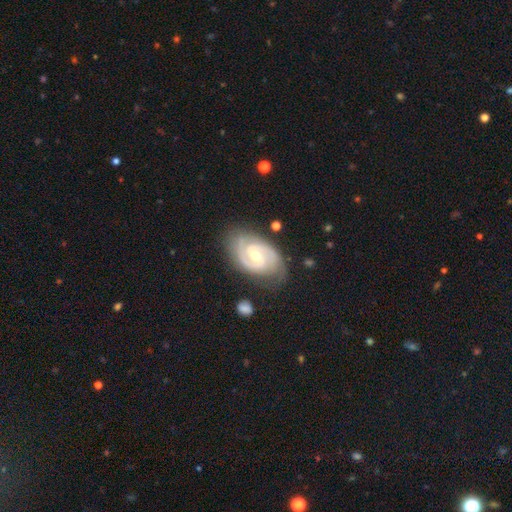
Morphology: type=featured or disk (89%); edge-on=no (100%); bar=weak (50%); spiral arms=yes (100%); winding=tight (56%); arm count=2 (100%); bulge=moderate (53%); merging=none (81%).